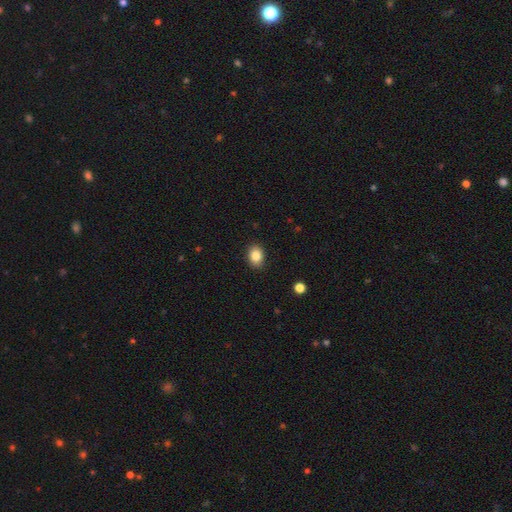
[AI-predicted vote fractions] smooth 85%, star or artifact 9%, featured or disk 6%. Down the decision tree: how rounded — in between (64%); merging — none (89%).